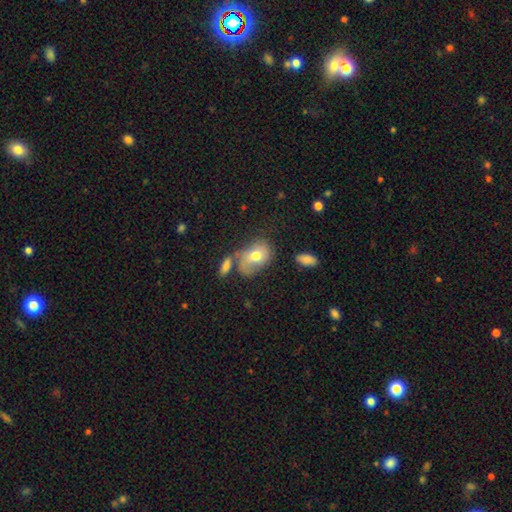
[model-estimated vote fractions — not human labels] Morphology: type=smooth (66%); roundness=in between (78%); merging=none (41%).